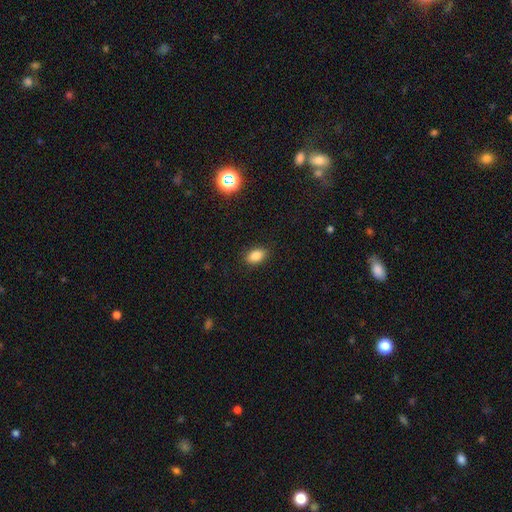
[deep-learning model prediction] smooth-or-featured: smooth: 84% | star or artifact: 10% | featured or disk: 6%
  how-rounded: in between: 86% | round: 12% | cigar-shaped: 2%
  merging: none: 87% | minor disturbance: 9% | major disturbance: 2% | merger: 1%